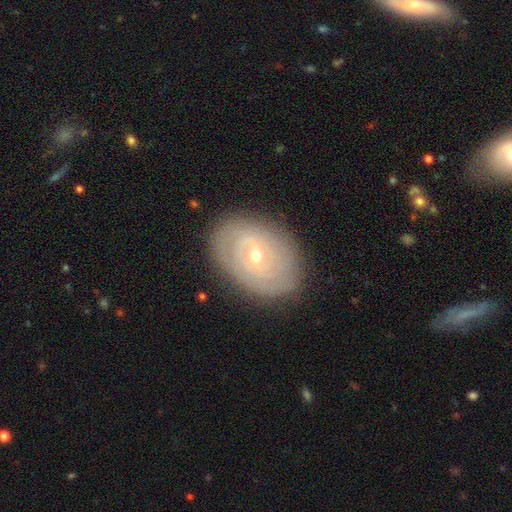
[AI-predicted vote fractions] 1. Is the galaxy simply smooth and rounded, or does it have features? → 75% featured or disk, 19% smooth, 6% star or artifact.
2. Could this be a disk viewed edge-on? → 95% no, 5% yes.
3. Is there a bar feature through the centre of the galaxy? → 59% no, 33% weak, 9% strong.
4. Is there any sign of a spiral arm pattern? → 74% yes, 26% no.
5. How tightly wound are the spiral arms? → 77% tight, 17% medium, 6% loose.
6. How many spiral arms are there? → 49% can't tell, 28% 2, 9% 3, 5% 4, 5% 1, 4% more than 4.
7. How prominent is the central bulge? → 54% small, 43% moderate, 1% large, 1% dominant, 1% none.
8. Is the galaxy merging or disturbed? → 83% none, 13% minor disturbance, 4% major disturbance, 1% merger.